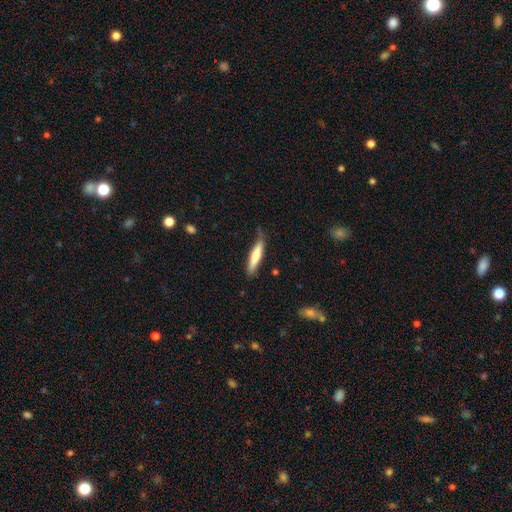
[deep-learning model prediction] Morphology: type=smooth (73%); roundness=cigar-shaped (85%); merging=none (70%).